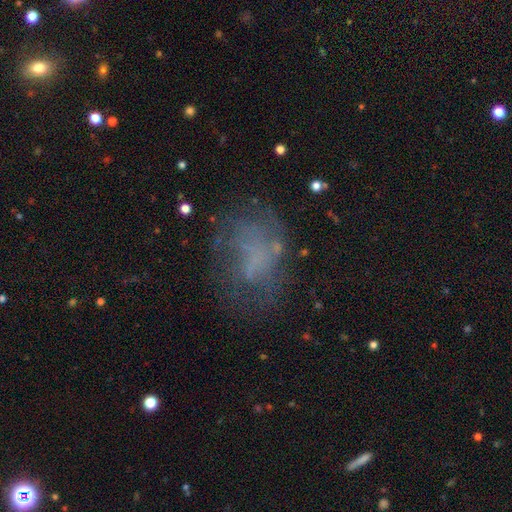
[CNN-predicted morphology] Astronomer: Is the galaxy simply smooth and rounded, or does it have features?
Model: smooth — 41% (runner-up: featured or disk, 39%).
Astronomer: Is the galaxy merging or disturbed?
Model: none — 51%.